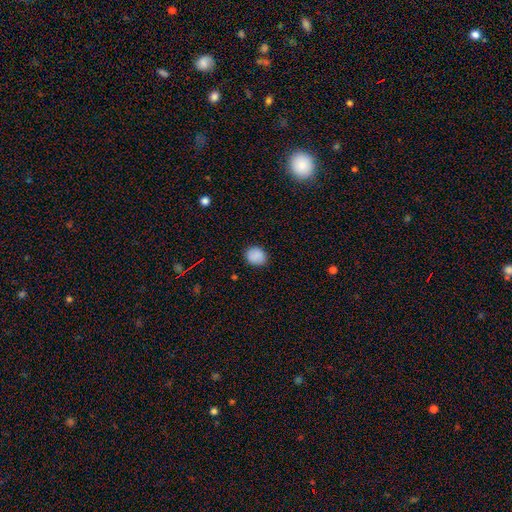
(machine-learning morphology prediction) A smooth galaxy with no disk features (87%) that is round (68%).

Vote fractions:
- Smooth or featured? smooth: 87% / star or artifact: 8% / featured or disk: 4%
- How rounded? round: 68% / in between: 31% / cigar-shaped: 1%
- Merging? none: 85% / minor disturbance: 11% / major disturbance: 2% / merger: 1%